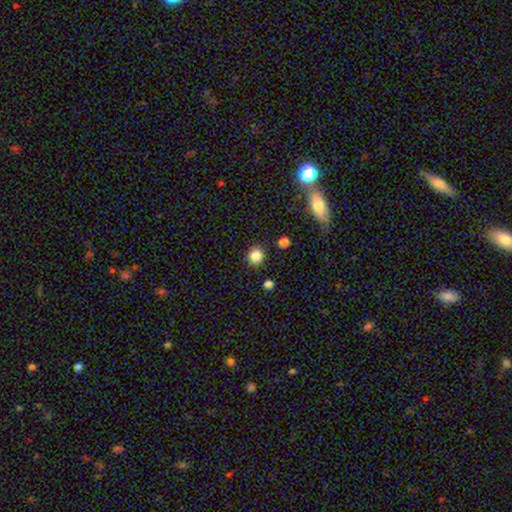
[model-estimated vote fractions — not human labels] This appears to be a smooth galaxy with no disk features (85%) that is round (86%). Merging: none (89%).